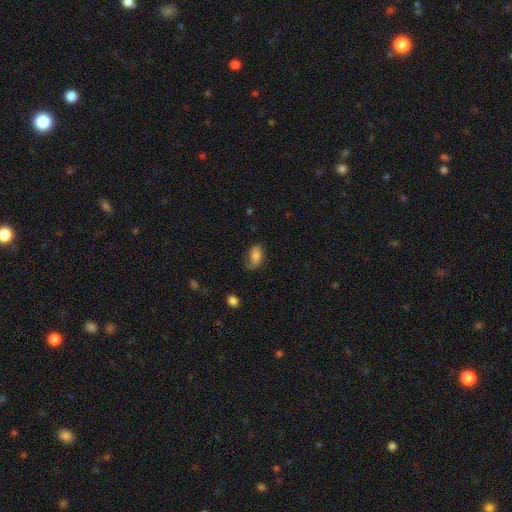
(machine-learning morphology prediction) Smooth or featured?
  - smooth: 74% *
  - featured or disk: 18%
  - star or artifact: 9%
How rounded?
  - in between: 90% *
  - round: 7%
  - cigar-shaped: 3%
Merging?
  - none: 60% *
  - minor disturbance: 28%
  - major disturbance: 10%
  - merger: 2%